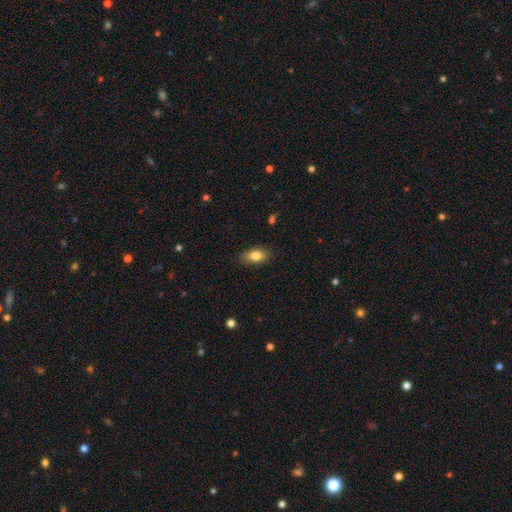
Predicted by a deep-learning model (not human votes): Morphology: type=smooth (82%); roundness=in between (88%); merging=none (86%).